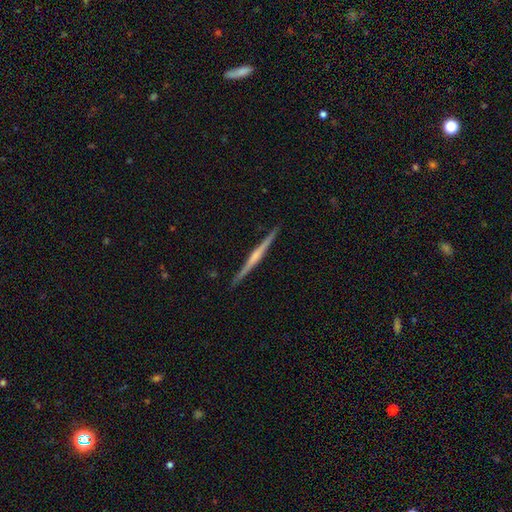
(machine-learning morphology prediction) A featured or disk galaxy (75%) viewed edge-on (99%) with a rounded central bulge (55%). Merging: none (92%).